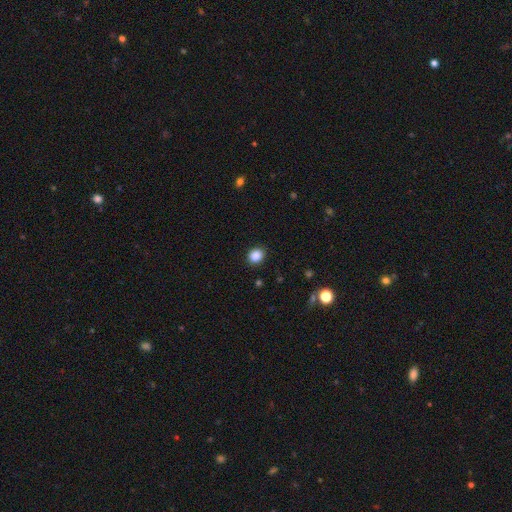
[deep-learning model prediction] smooth_or_featured: smooth (p=0.87) [alt: star or artifact p=0.10]
how_rounded: round (p=0.71) [alt: in between p=0.28]
merging: none (p=0.89) [alt: minor disturbance p=0.07]